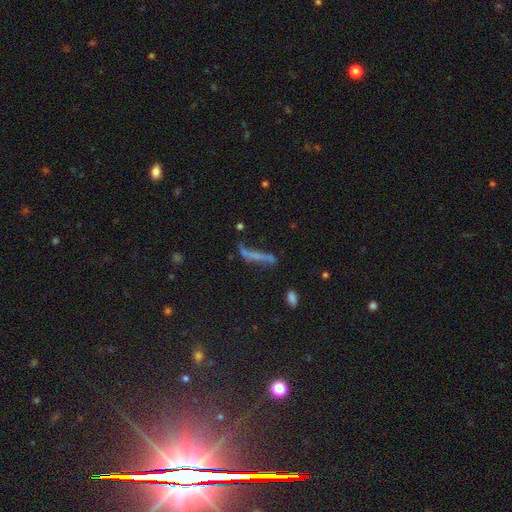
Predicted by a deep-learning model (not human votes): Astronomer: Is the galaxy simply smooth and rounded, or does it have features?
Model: smooth — 45% (runner-up: featured or disk, 35%).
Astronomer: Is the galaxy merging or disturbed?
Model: none — 44% (runner-up: minor disturbance, 22%).